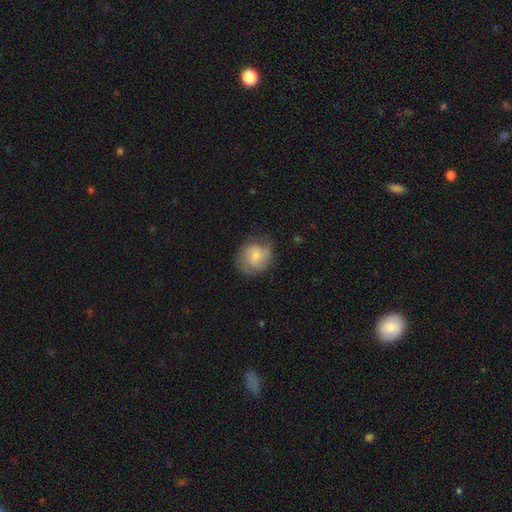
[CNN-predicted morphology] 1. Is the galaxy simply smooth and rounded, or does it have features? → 71% smooth, 22% featured or disk, 7% star or artifact.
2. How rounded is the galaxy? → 80% round, 19% in between, 1% cigar-shaped.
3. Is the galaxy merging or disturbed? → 68% none, 22% minor disturbance, 8% major disturbance, 1% merger.